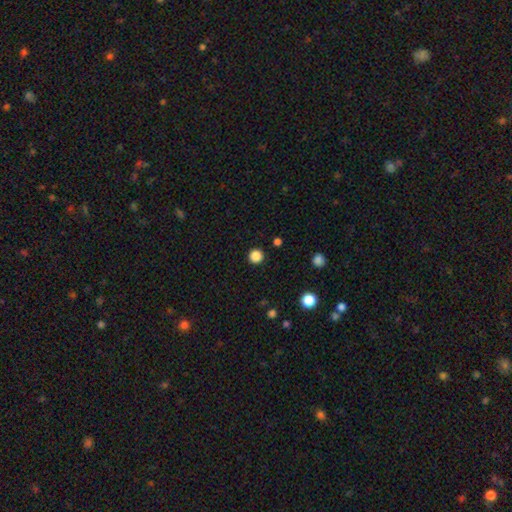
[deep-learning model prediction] Q: Smooth or featured?
A: smooth (86%); runner-up: star or artifact (12%)
Q: How rounded?
A: round (96%); runner-up: in between (3%)
Q: Merging?
A: none (93%); runner-up: minor disturbance (4%)